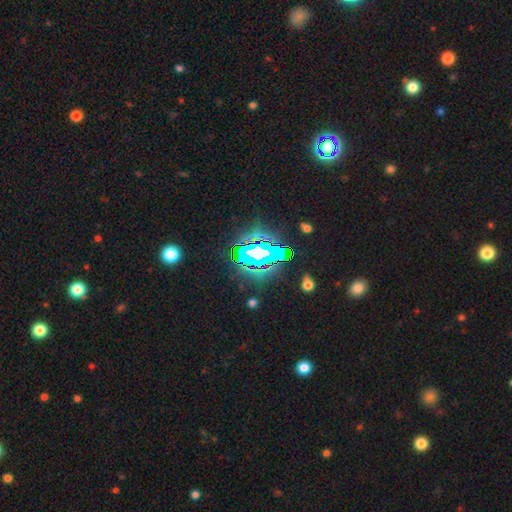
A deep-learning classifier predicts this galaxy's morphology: Smooth or featured? star or artifact (72%)